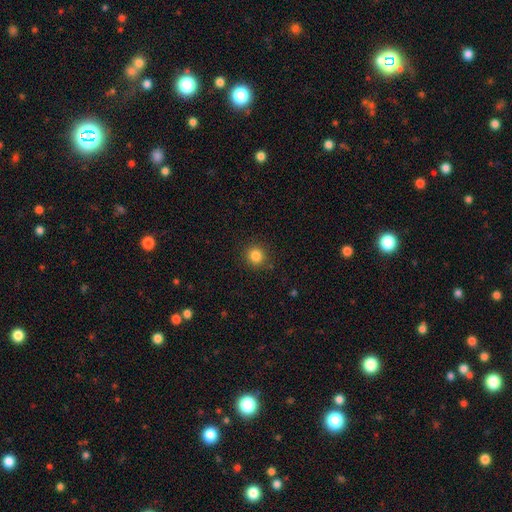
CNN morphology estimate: Smooth or featured? smooth (84%)
How rounded? round (92%)
Merging? none (89%)